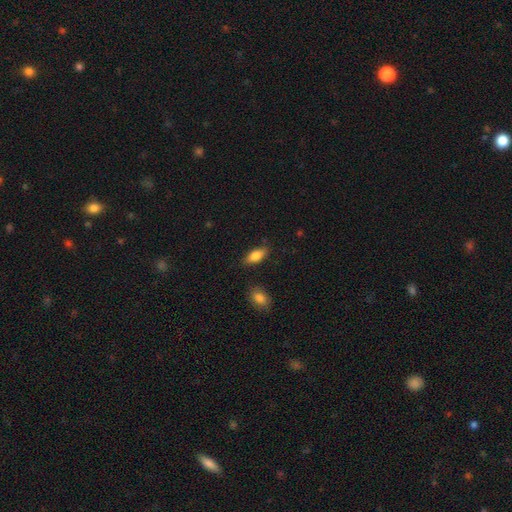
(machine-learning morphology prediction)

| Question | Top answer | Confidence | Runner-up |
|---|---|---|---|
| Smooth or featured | smooth | 80% | featured or disk (13%) |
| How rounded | in between | 84% | cigar-shaped (13%) |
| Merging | none | 83% | minor disturbance (12%) |